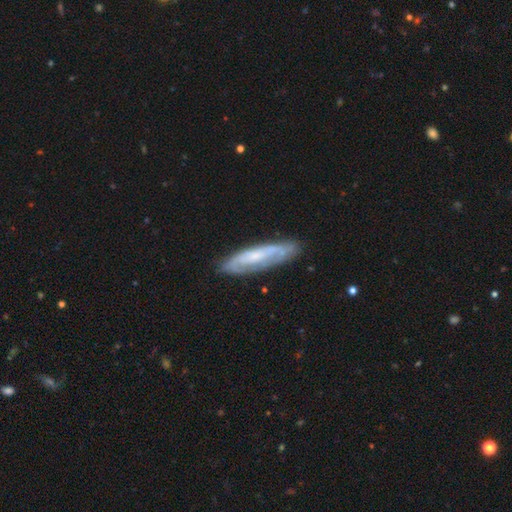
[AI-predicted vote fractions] Morphology: type=featured or disk (63%); edge-on=no (63%); merging=none (77%).